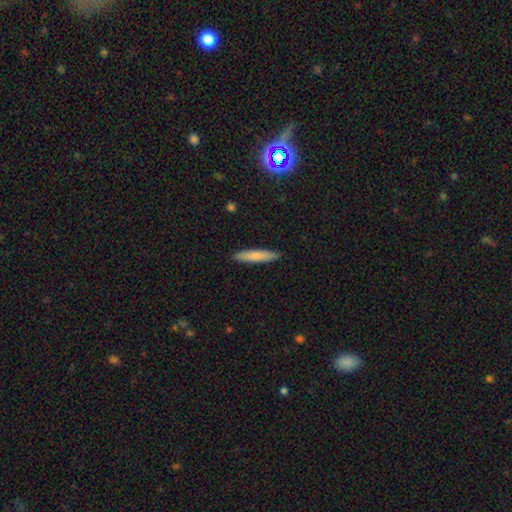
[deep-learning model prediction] Smooth or featured?
  - smooth: 77% *
  - featured or disk: 17%
  - star or artifact: 6%
How rounded?
  - cigar-shaped: 90% *
  - in between: 8%
  - round: 1%
Merging?
  - none: 90% *
  - minor disturbance: 7%
  - major disturbance: 1%
  - merger: 1%